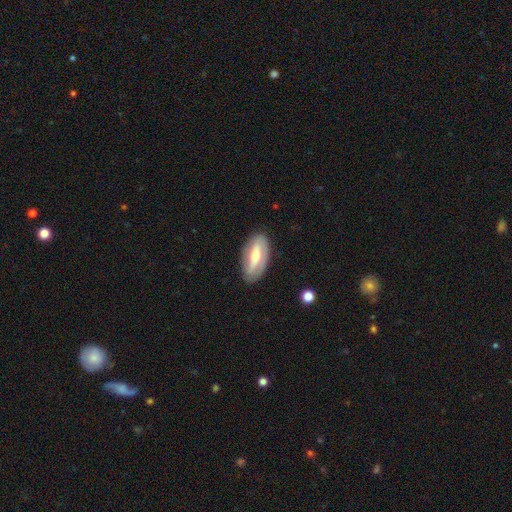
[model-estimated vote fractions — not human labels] Smooth or featured? featured or disk (53%)
Edge-on disk? no (84%)
Merging? none (83%)